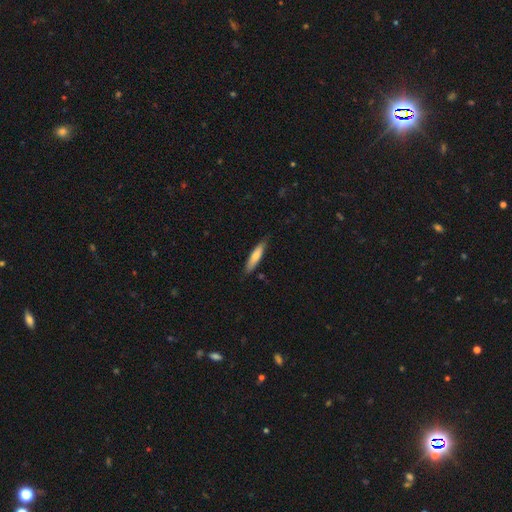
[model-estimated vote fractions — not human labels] A smooth galaxy with no disk features (72%) that is cigar-shaped (80%). Merging: none (82%).